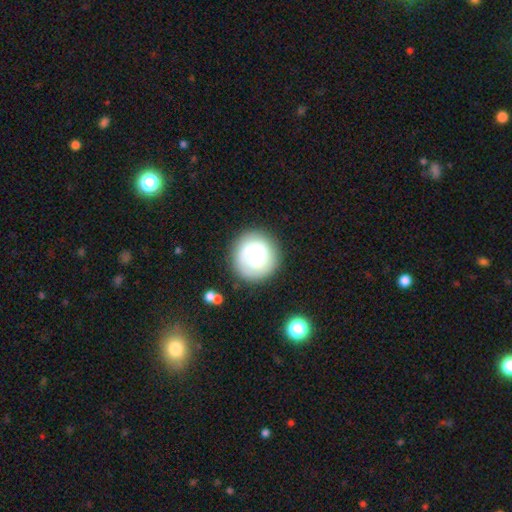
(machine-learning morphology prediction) Smooth or featured?
  - smooth: 60% *
  - featured or disk: 32%
  - star or artifact: 8%
How rounded?
  - round: 93% *
  - in between: 6%
  - cigar-shaped: 1%
Merging?
  - none: 79% *
  - minor disturbance: 11%
  - major disturbance: 5%
  - merger: 4%